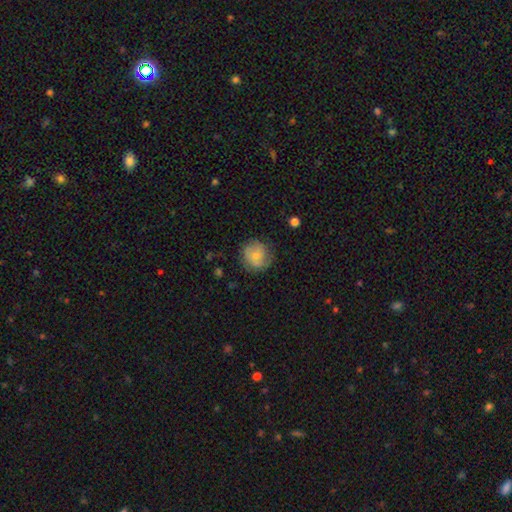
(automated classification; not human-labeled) Overall: smooth (59%; featured or disk 33%). How rounded: round (89%). Merging: none (72%).